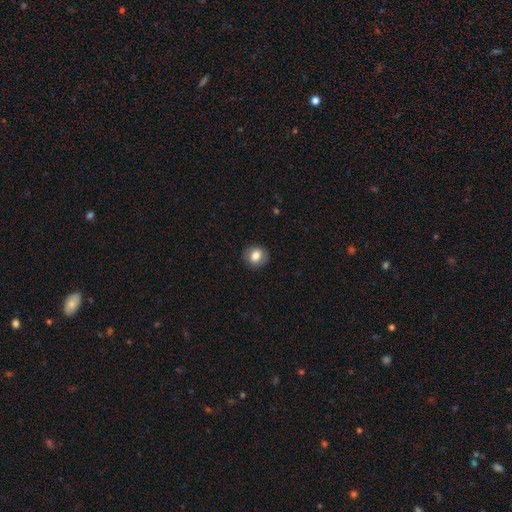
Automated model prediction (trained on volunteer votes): smooth_or_featured: smooth (p=0.79) [alt: featured or disk p=0.13]
how_rounded: round (p=0.77) [alt: in between p=0.22]
merging: none (p=0.87) [alt: minor disturbance p=0.09]